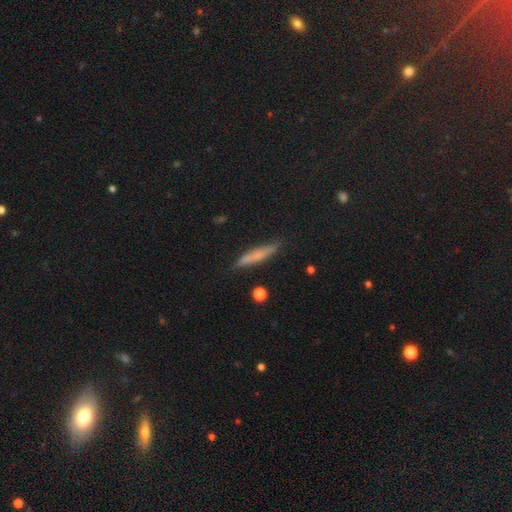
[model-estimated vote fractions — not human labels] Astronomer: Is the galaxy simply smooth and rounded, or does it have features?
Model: smooth — 62%.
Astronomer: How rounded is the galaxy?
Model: cigar-shaped — 91%.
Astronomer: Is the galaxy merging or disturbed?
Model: none — 85%.